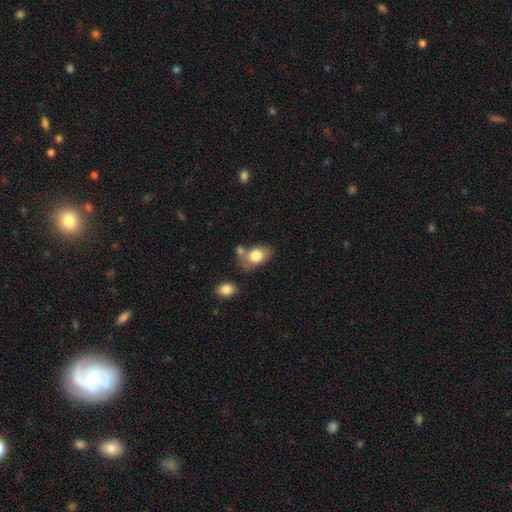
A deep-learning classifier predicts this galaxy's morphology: smooth-or-featured: smooth: 80% | featured or disk: 12% | star or artifact: 8%
  how-rounded: in between: 77% | round: 22% | cigar-shaped: 1%
  merging: none: 49% | merger: 23% | minor disturbance: 20% | major disturbance: 8%